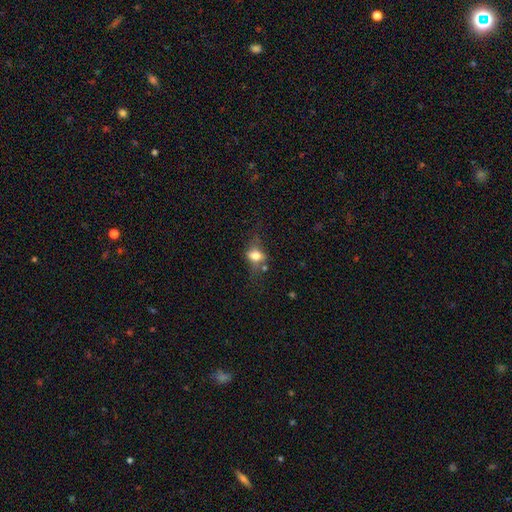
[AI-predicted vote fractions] Q: Smooth or featured?
A: smooth (57%); runner-up: featured or disk (31%)
Q: How rounded?
A: in between (57%); runner-up: round (37%)
Q: Merging?
A: none (55%); runner-up: minor disturbance (24%)